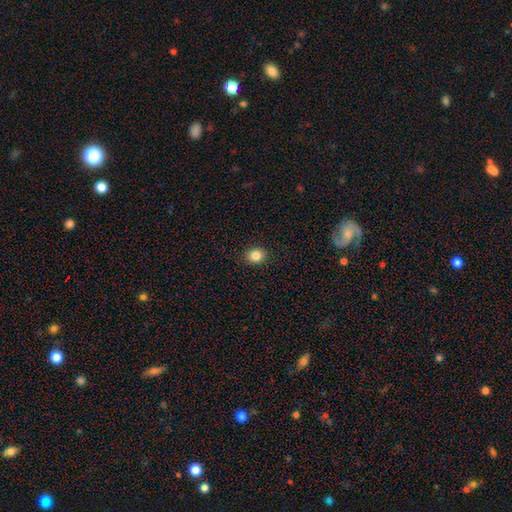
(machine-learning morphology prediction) smooth 84%, star or artifact 11%, featured or disk 5%. Down the decision tree: how rounded — round (71%); merging — none (92%).